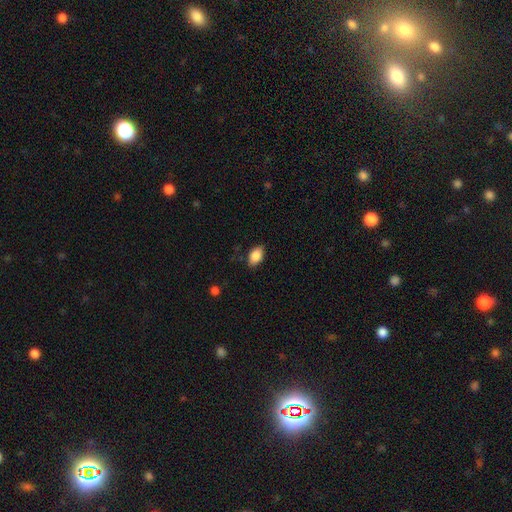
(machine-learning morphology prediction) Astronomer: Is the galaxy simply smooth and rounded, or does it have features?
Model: smooth — 87%.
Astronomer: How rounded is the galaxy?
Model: in between — 88%.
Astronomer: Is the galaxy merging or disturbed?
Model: none — 80%.